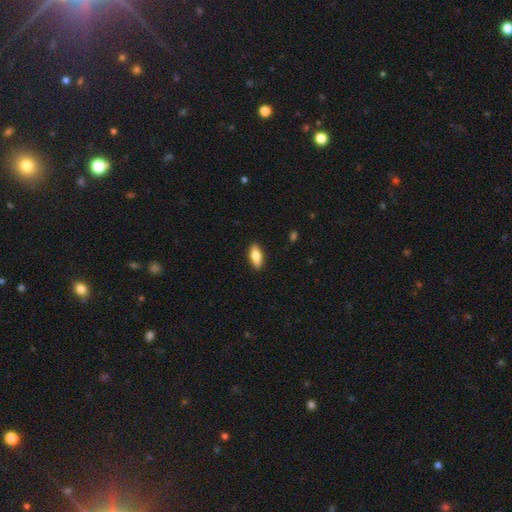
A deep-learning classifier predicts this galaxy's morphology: Smooth or featured? Predicted: smooth (p=0.75). How rounded? Predicted: in between (p=0.76). Merging? Predicted: none (p=0.89).